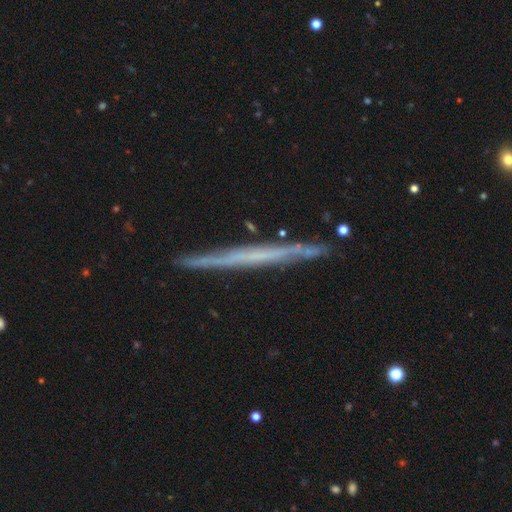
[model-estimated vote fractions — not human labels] smooth-or-featured: featured or disk: 64% | smooth: 30% | star or artifact: 6%
  disk-edge-on: yes: 97% | no: 3%
    edge-on-bulge: none: 92% | rounded: 5% | boxy: 3%
  merging: none: 89% | minor disturbance: 8% | merger: 2% | major disturbance: 1%